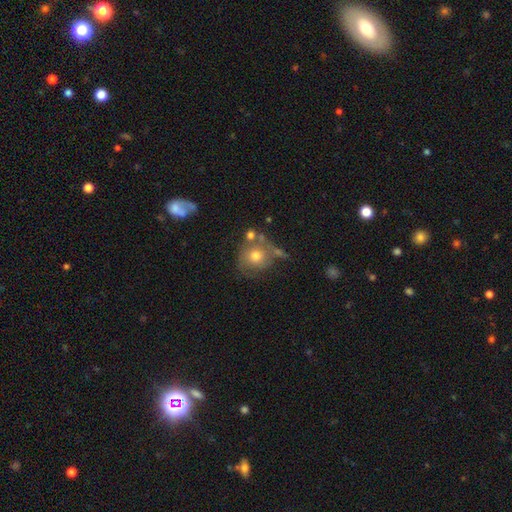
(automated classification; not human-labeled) Smooth or featured?
  - smooth: 60% *
  - featured or disk: 29%
  - star or artifact: 10%
How rounded?
  - round: 86% *
  - in between: 13%
  - cigar-shaped: 1%
Merging?
  - none: 49% *
  - minor disturbance: 20%
  - merger: 18%
  - major disturbance: 13%